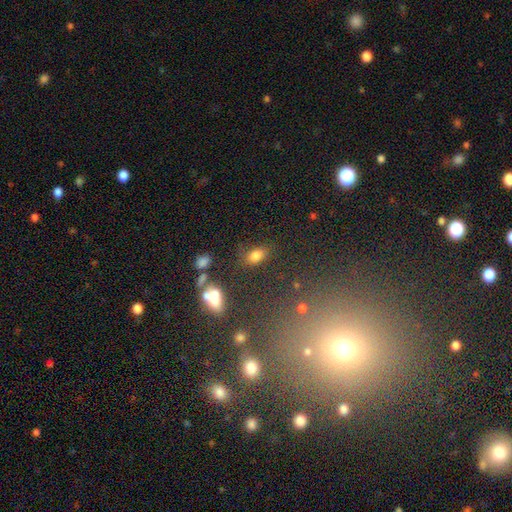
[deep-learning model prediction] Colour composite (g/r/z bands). It shows a smooth galaxy with no disk features (81%) that is in between round and cigar-shaped (86%). Merging: none (73%).